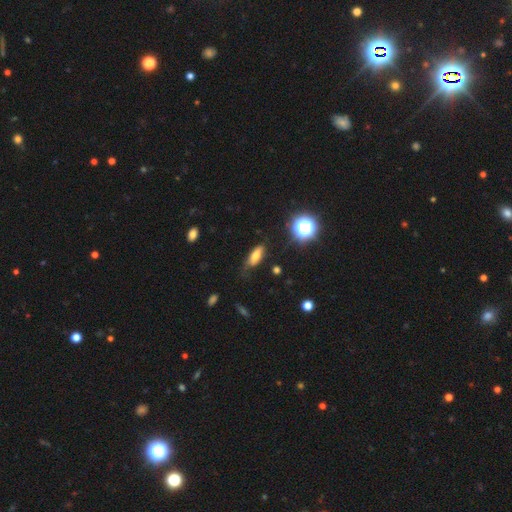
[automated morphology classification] This is likely a smooth galaxy (69%). How rounded: likely in between (69%). Merging: likely none (62%).